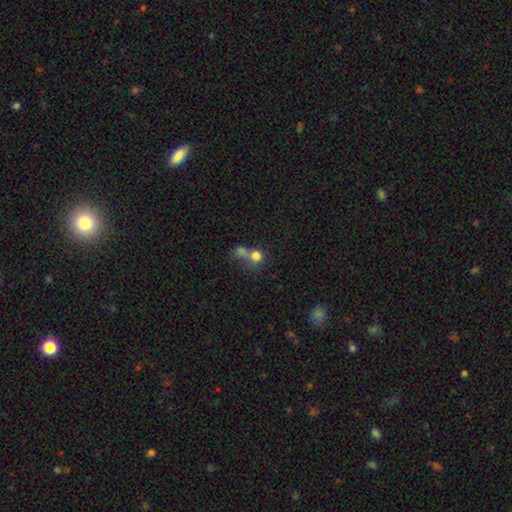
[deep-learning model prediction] A smooth galaxy with no disk features (74%) that is round (82%). Merging: merger (50%).